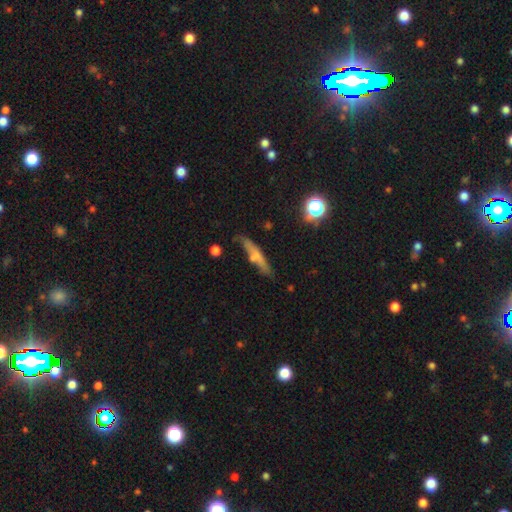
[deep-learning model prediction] A smooth galaxy with no disk features (59%) that is cigar-shaped (84%). Merging: none (67%).